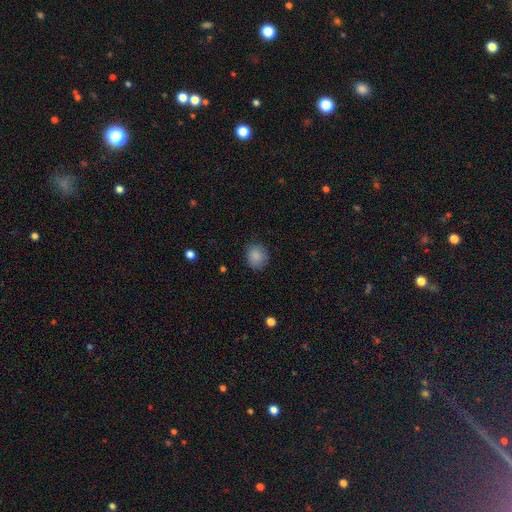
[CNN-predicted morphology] This is clearly a smooth galaxy (87%). How rounded: likely round (80%). Merging: clearly none (84%).